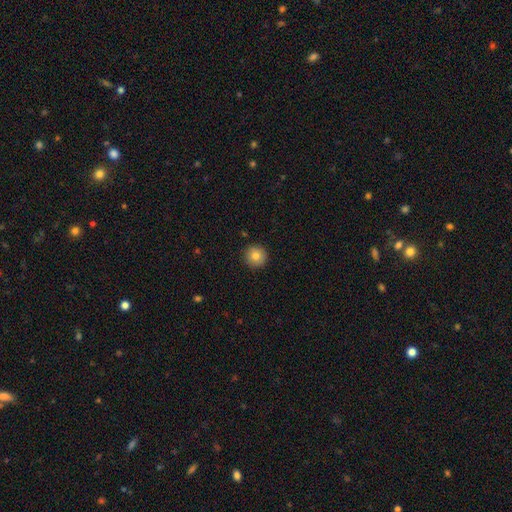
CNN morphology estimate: Smooth or featured: smooth — 82% (star or artifact — 9%)
How rounded: round — 95% (in between — 4%)
Merging: none — 92% (minor disturbance — 5%)